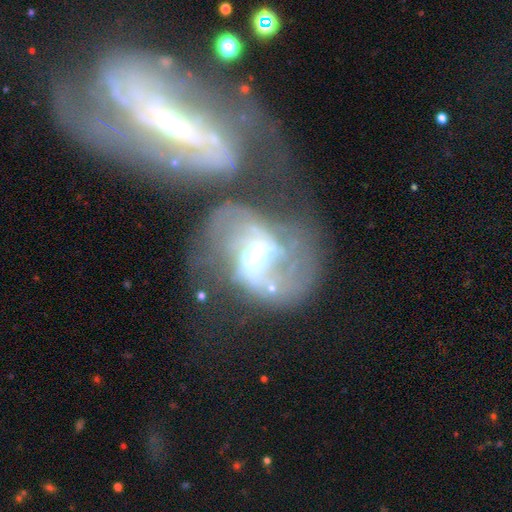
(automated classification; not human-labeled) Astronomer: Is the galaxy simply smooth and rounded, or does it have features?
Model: featured or disk — 81%.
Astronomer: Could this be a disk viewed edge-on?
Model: no — 97%.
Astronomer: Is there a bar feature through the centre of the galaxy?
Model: weak — 47% (runner-up: no, 28%).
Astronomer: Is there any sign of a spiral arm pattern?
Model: yes — 82%.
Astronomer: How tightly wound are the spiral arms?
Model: loose — 43% (runner-up: medium, 38%).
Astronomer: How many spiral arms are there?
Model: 2 — 57%.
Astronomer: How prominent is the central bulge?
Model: moderate — 56%.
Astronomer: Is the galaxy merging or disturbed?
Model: merger — 52%.